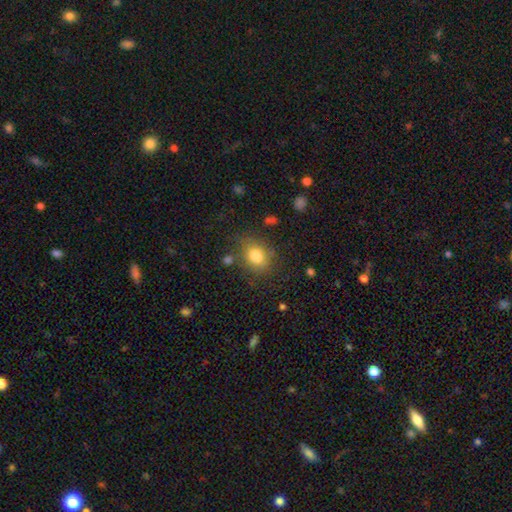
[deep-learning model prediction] smooth_or_featured: smooth (p=0.80) [alt: star or artifact p=0.10]
how_rounded: in between (p=0.58) [alt: round p=0.41]
merging: none (p=0.71) [alt: minor disturbance p=0.17]